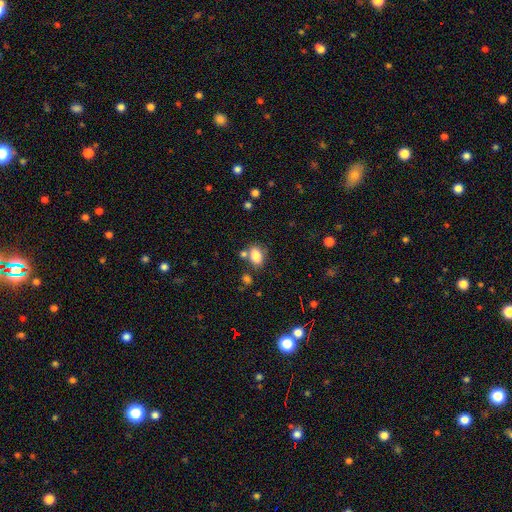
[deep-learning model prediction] The model was most divided on "merging": none: 64%, merger: 17%, minor disturbance: 15%, major disturbance: 5%. More confident: smooth or featured — smooth (83%); how rounded — in between (78%).